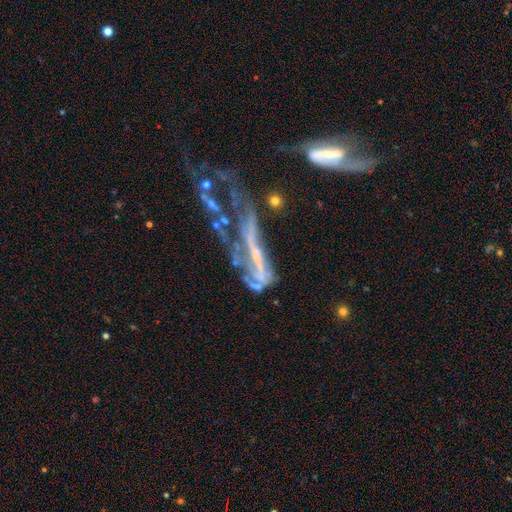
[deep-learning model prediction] A featured or disk galaxy (66%). Merging: major disturbance (41%).